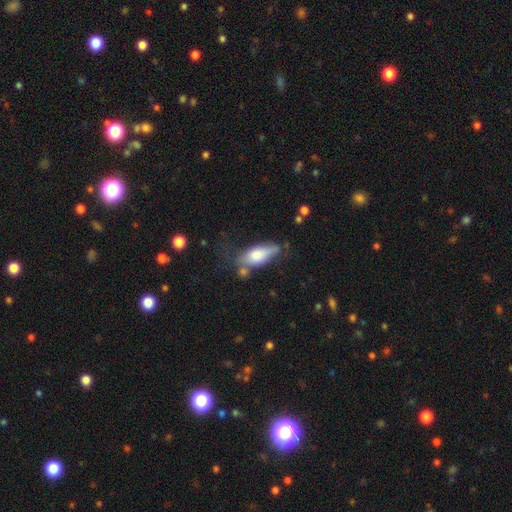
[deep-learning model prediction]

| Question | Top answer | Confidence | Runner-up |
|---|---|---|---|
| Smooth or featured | smooth | 71% | featured or disk (22%) |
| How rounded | in between | 74% | cigar-shaped (24%) |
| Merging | none | 46% | minor disturbance (30%) |